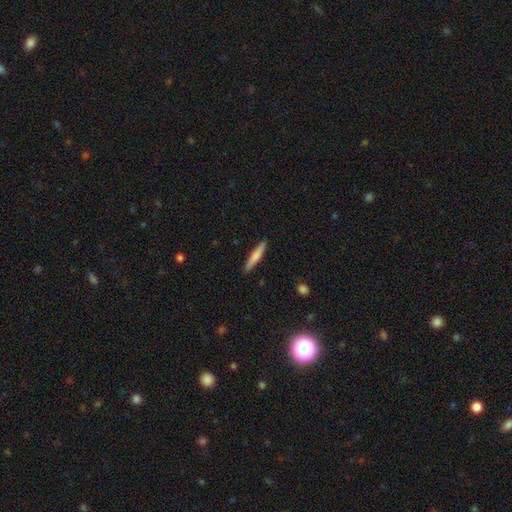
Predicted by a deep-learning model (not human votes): Overall: smooth (70%). How rounded: cigar-shaped (92%). Merging: none (90%).